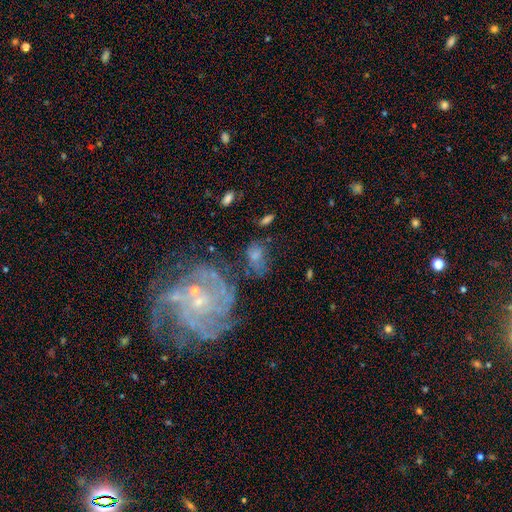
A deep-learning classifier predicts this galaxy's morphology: This appears to be a smooth galaxy with no disk features (49%). Merging: none (43%).